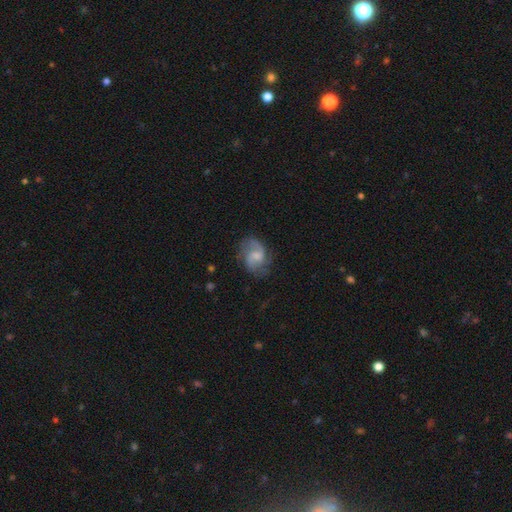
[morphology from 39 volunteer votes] Smooth or featured: featured or disk — 69% (smooth — 28%)
Edge-on disk: no — 100%
Bar: weak — 63% (no — 33%)
Spiral arms: yes — 100%
Spiral winding: medium — 44% (tied with loose — 44%)
Spiral arm count: 2 — 70% (3 — 15%)
Bulge size: small — 44% (moderate — 33%)
Merging: none — 63% (major disturbance — 18%)